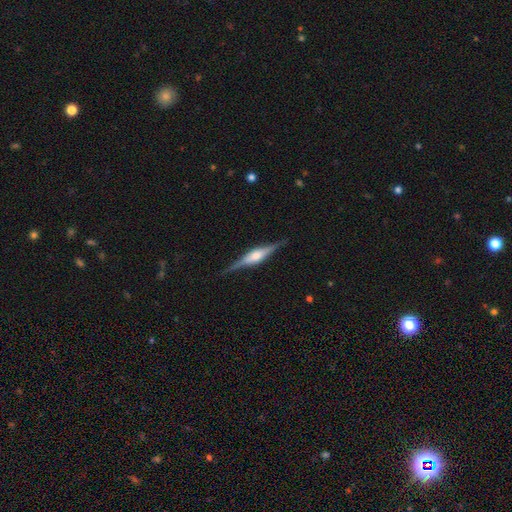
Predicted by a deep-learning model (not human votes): Morphology: type=featured or disk (81%); edge-on=yes (98%); edge-on bulge=rounded (78%); merging=none (88%).